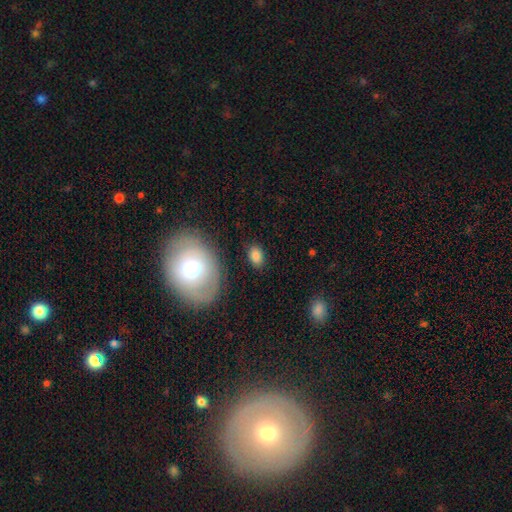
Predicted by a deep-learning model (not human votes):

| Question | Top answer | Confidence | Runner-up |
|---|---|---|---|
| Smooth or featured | smooth | 83% | star or artifact (9%) |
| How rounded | in between | 86% | round (13%) |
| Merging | none | 84% | minor disturbance (11%) |